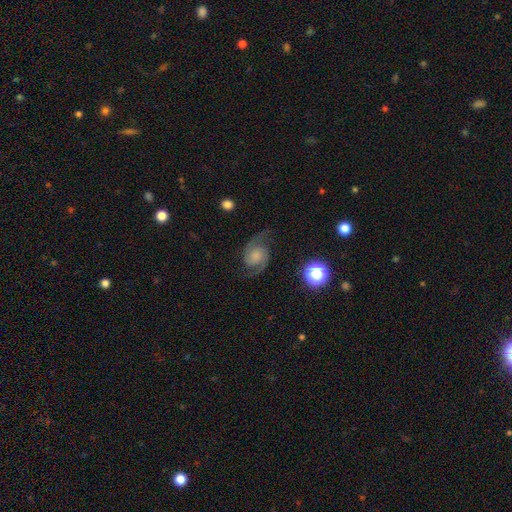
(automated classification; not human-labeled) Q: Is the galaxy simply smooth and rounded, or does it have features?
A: featured or disk — 85%.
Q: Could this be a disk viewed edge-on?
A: no — 98%.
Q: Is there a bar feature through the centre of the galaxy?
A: no — 69%.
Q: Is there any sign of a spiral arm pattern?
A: yes — 98%.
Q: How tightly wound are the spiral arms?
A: medium — 54%.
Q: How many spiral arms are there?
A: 2 — 94%.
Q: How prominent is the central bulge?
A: none — 30%.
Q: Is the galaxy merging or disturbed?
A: none — 77%.